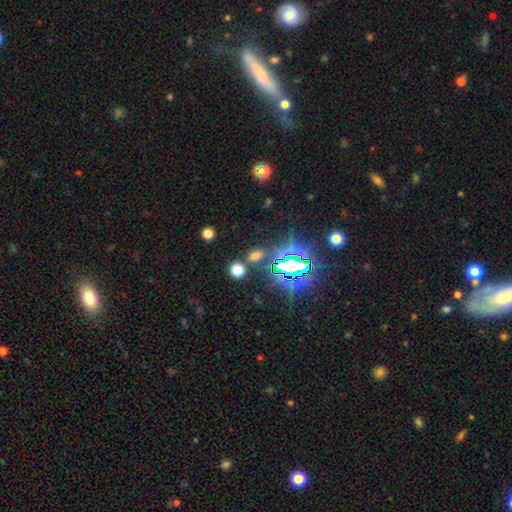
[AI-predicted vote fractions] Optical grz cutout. It shows a smooth galaxy with no disk features (51%) that is in between round and cigar-shaped (69%). Merging: none (78%).